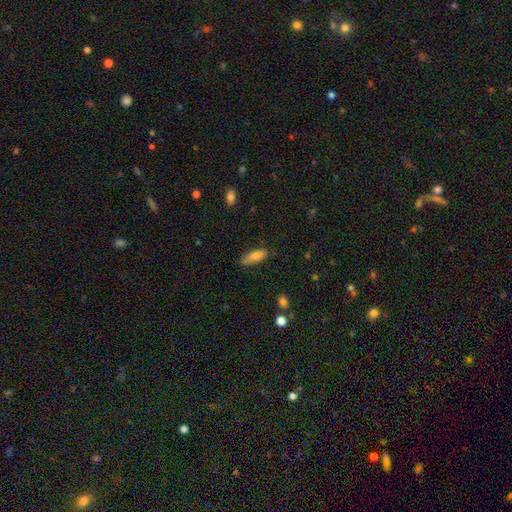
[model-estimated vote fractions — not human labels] smooth 80%, featured or disk 13%, star or artifact 7%. Down the decision tree: how rounded — in between (65%); merging — none (71%).